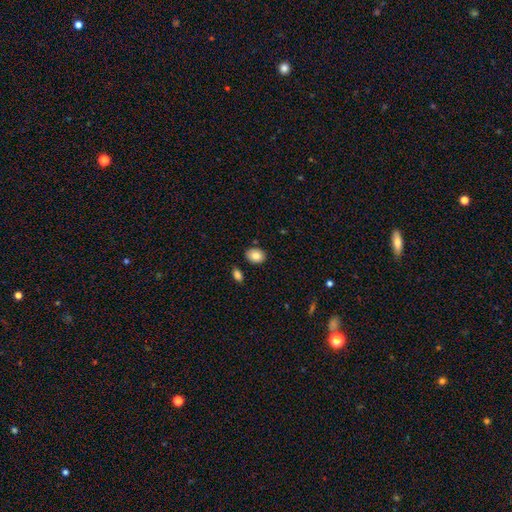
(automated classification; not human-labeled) Smooth or featured? Predicted: smooth (p=0.84). How rounded? Predicted: in between (p=0.71). Merging? Predicted: none (p=0.85).